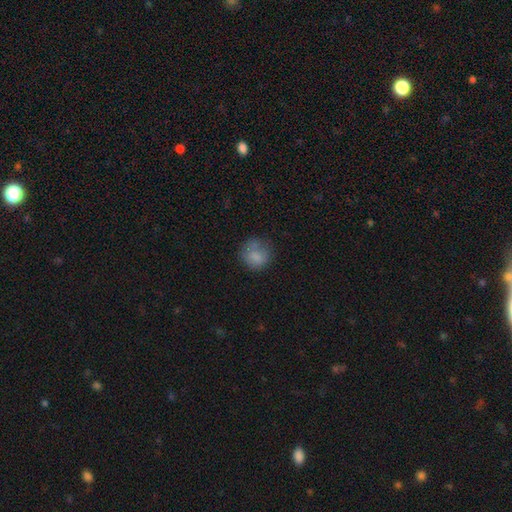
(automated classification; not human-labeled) This is clearly a smooth galaxy (80%). How rounded: clearly round (85%). Merging: likely none (64%).